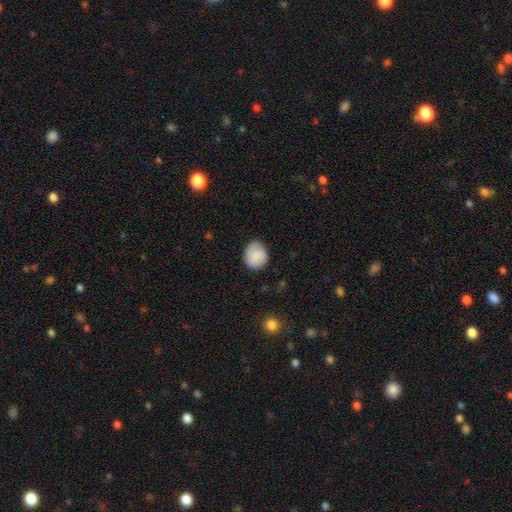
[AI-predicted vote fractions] This is likely a smooth galaxy (79%). How rounded: likely round (75%). Merging: likely none (71%).